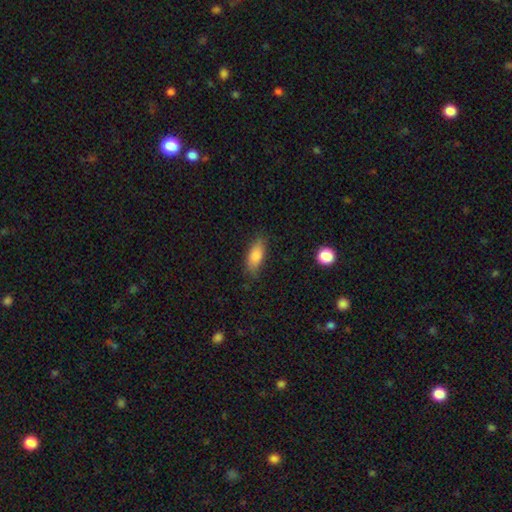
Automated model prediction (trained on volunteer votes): Q: Smooth or featured?
A: smooth (82%); runner-up: featured or disk (11%)
Q: How rounded?
A: in between (75%); runner-up: cigar-shaped (22%)
Q: Merging?
A: none (80%); runner-up: minor disturbance (15%)